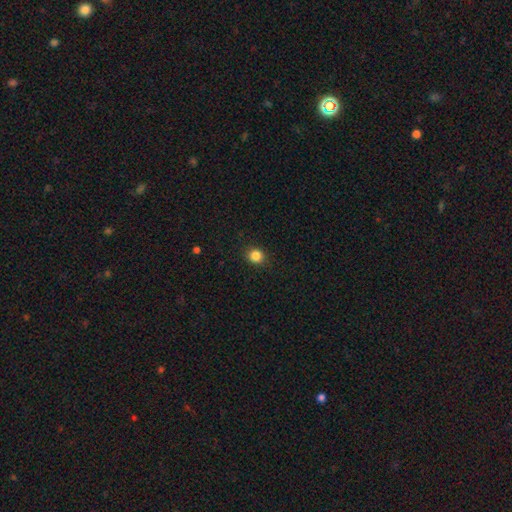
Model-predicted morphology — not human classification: Smooth or featured? Predicted: smooth (p=0.85). How rounded? Predicted: round (p=0.84). Merging? Predicted: none (p=0.90).